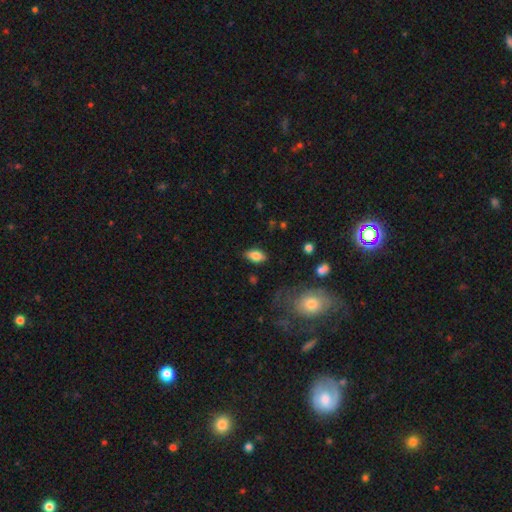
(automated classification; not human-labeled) smooth 81%, featured or disk 11%, star or artifact 8%. Down the decision tree: how rounded — in between (91%); merging — none (83%).